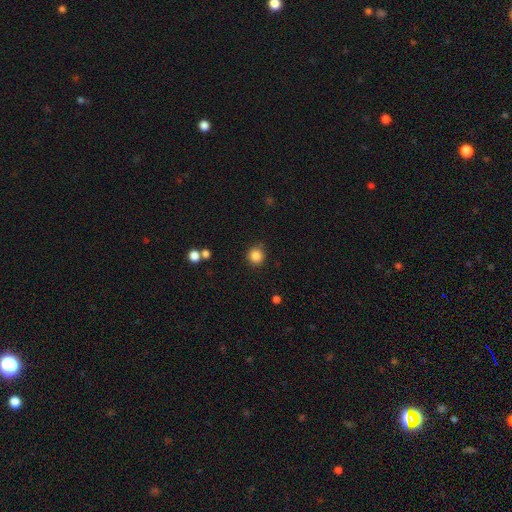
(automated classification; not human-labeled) A smooth galaxy with no disk features (86%) that is round (93%).

Vote fractions:
- Smooth or featured? smooth: 86% / star or artifact: 11% / featured or disk: 3%
- How rounded? round: 93% / in between: 6% / cigar-shaped: 1%
- Merging? none: 85% / minor disturbance: 10% / major disturbance: 3% / merger: 2%